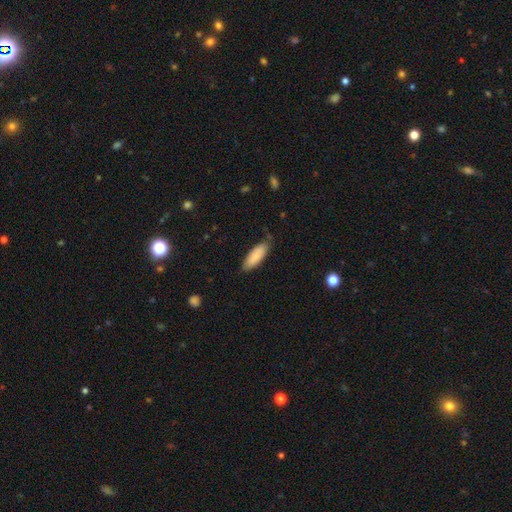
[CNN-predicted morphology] Smooth or featured? smooth (86%)
How rounded? in between (62%)
Merging? none (77%)